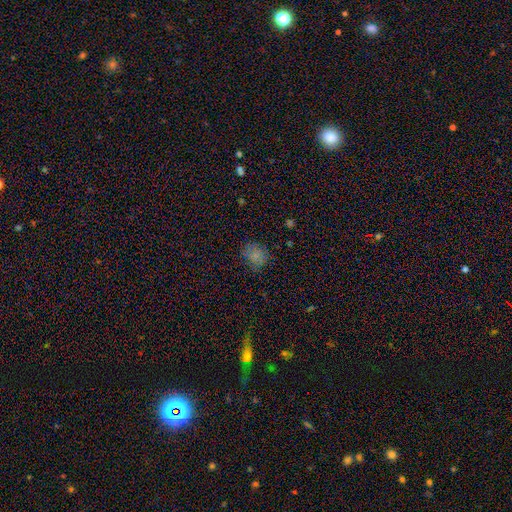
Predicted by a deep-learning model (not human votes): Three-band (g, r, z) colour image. It shows a smooth galaxy with no disk features (76%) that is round (52%). Merging: none (73%).